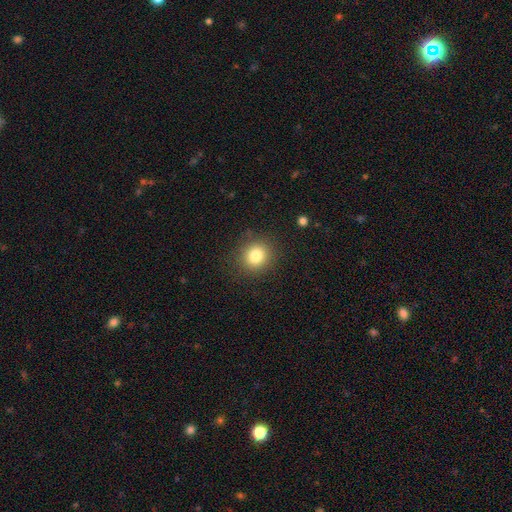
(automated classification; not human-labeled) smooth 82%, star or artifact 11%, featured or disk 7%. Down the decision tree: how rounded — round (85%); merging — none (87%).